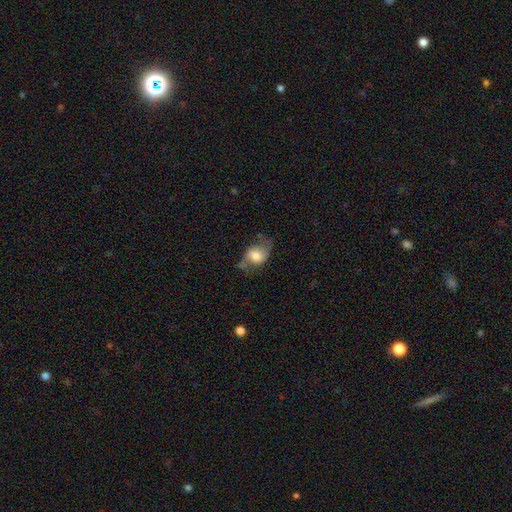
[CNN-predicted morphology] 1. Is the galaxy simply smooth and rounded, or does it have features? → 48% smooth, 44% featured or disk, 8% star or artifact.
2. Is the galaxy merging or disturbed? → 49% none, 29% minor disturbance, 20% major disturbance, 3% merger.